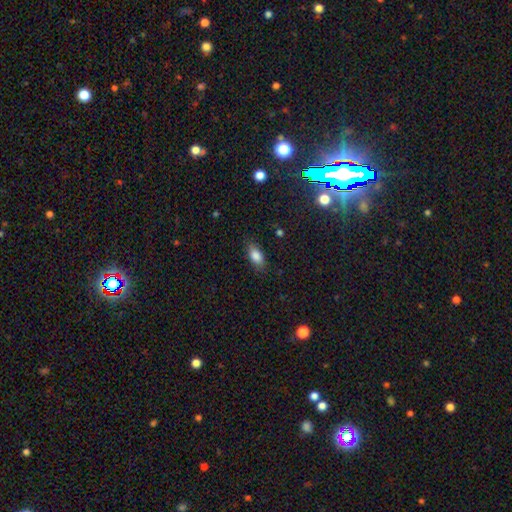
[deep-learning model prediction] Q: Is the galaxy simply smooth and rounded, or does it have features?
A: smooth — 84%.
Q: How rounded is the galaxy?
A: in between — 88%.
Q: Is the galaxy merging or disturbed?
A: none — 83%.